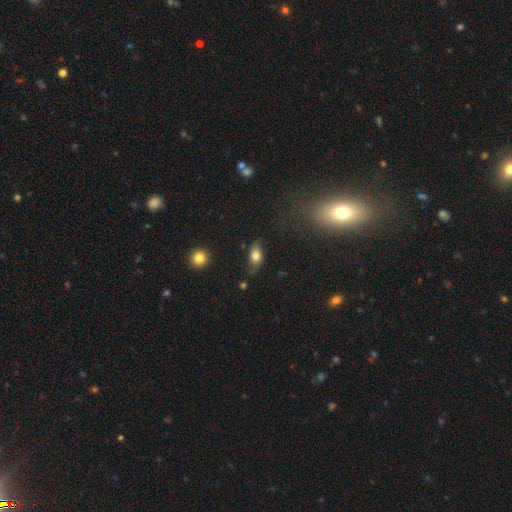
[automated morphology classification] smooth-or-featured: smooth: 71% | featured or disk: 20% | star or artifact: 8%
  how-rounded: in between: 86% | round: 10% | cigar-shaped: 5%
  merging: none: 65% | minor disturbance: 25% | major disturbance: 7% | merger: 3%